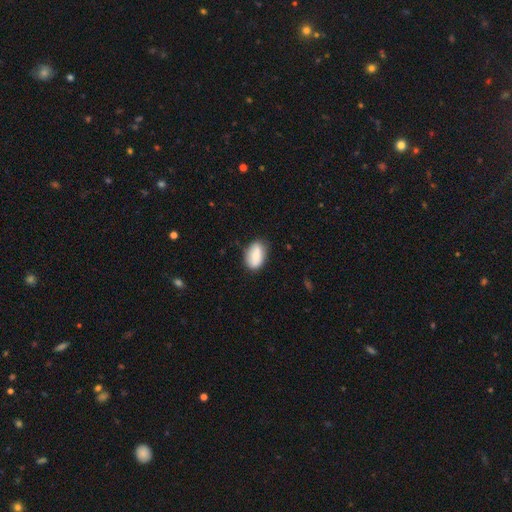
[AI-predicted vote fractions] A smooth galaxy with no disk features (83%) that is in between round and cigar-shaped (90%). Merging: none (75%).